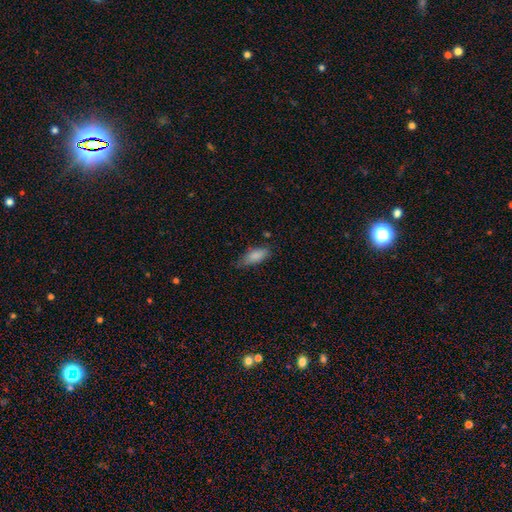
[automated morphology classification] Smooth or featured? Predicted: smooth (p=0.85). How rounded? Predicted: in between (p=0.76). Merging? Predicted: none (p=0.66).